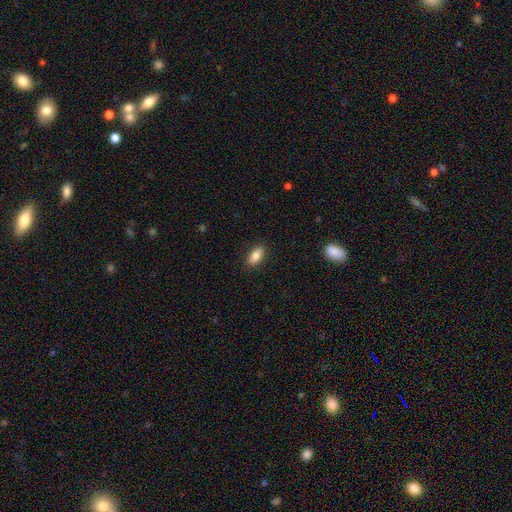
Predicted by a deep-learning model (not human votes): This is clearly a smooth galaxy (83%). How rounded: clearly in between (89%). Merging: clearly none (87%).